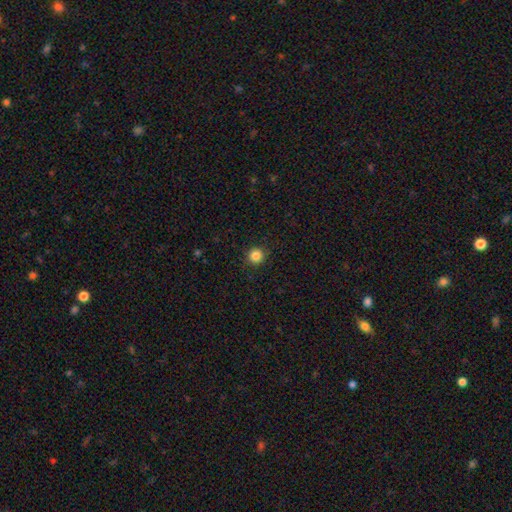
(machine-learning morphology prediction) Smooth or featured?
  - smooth: 85% *
  - star or artifact: 11%
  - featured or disk: 4%
How rounded?
  - round: 95% *
  - in between: 4%
  - cigar-shaped: 1%
Merging?
  - none: 92% *
  - minor disturbance: 6%
  - major disturbance: 2%
  - merger: 1%